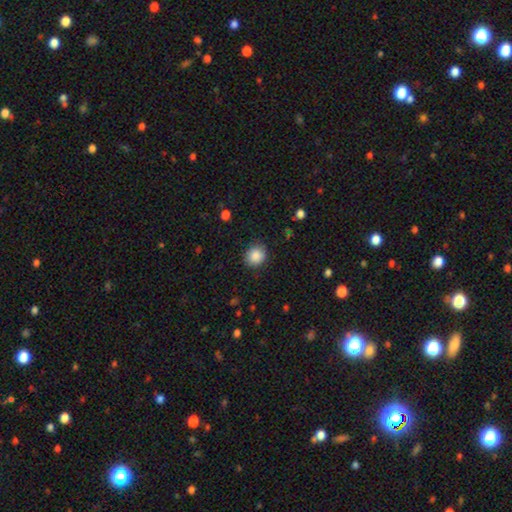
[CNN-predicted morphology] type=smooth (87%); roundness=round (83%); merging=none (87%).